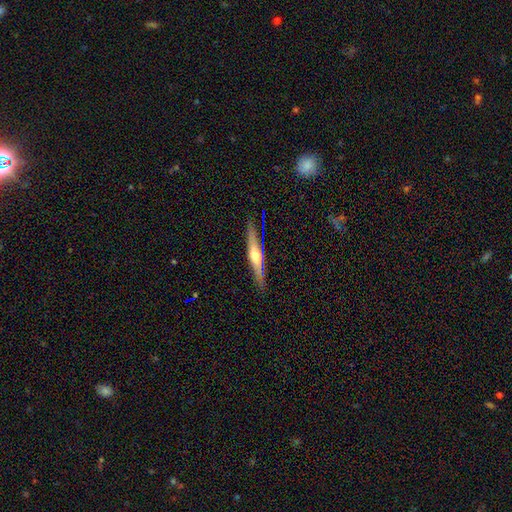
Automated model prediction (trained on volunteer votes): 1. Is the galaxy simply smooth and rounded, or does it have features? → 59% featured or disk, 34% smooth, 8% star or artifact.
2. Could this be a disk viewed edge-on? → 92% yes, 8% no.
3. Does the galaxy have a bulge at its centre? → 86% rounded, 8% none, 5% boxy.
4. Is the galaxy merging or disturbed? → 87% none, 9% minor disturbance, 2% major disturbance, 1% merger.